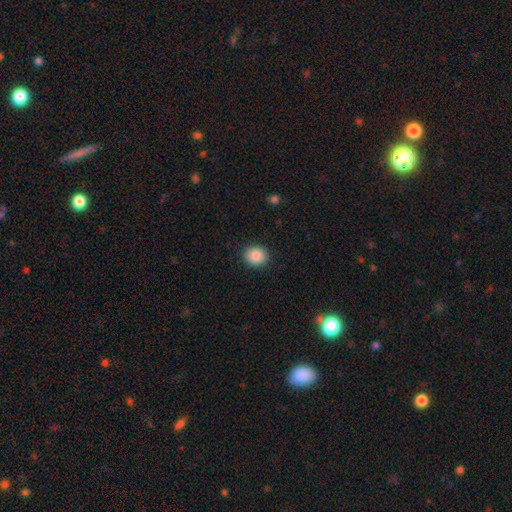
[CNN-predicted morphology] smooth_or_featured: smooth (p=0.88) [alt: star or artifact p=0.08]
how_rounded: round (p=0.71) [alt: in between p=0.29]
merging: none (p=0.90) [alt: minor disturbance p=0.07]